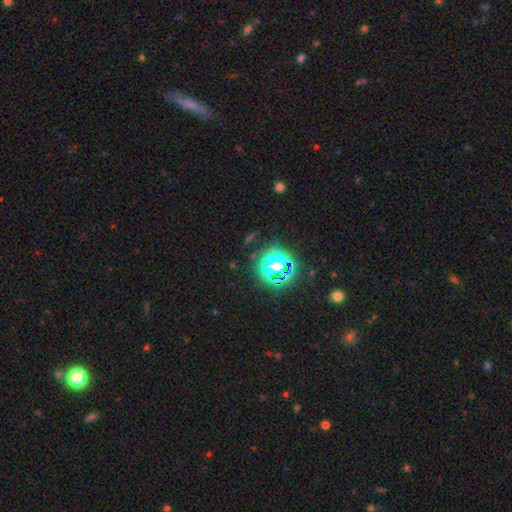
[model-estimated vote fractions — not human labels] Smooth or featured? star or artifact (71%)